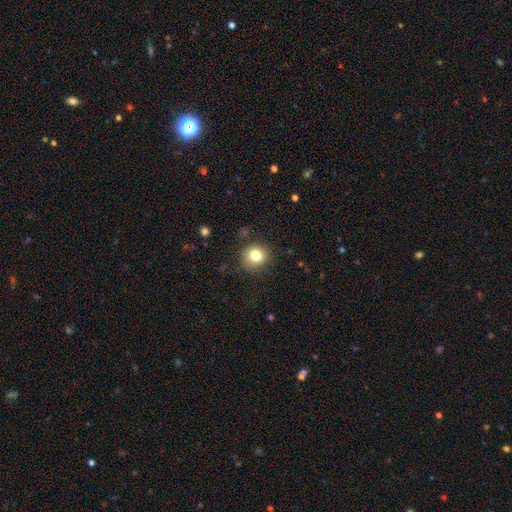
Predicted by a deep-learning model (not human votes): A smooth galaxy with no disk features (80%) that is round (89%). Merging: none (86%).